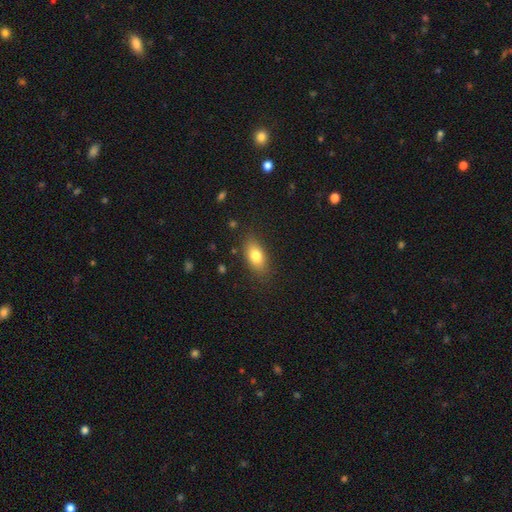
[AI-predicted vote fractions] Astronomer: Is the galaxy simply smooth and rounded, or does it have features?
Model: smooth — 79%.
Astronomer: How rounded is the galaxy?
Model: in between — 85%.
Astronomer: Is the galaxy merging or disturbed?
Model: none — 83%.